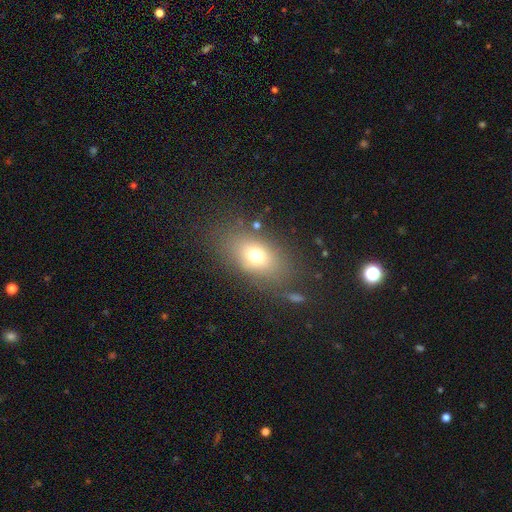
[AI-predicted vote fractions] Smooth or featured?
  - smooth: 71% *
  - featured or disk: 15%
  - star or artifact: 13%
How rounded?
  - in between: 77% *
  - round: 20%
  - cigar-shaped: 3%
Merging?
  - none: 76% *
  - minor disturbance: 13%
  - major disturbance: 8%
  - merger: 4%